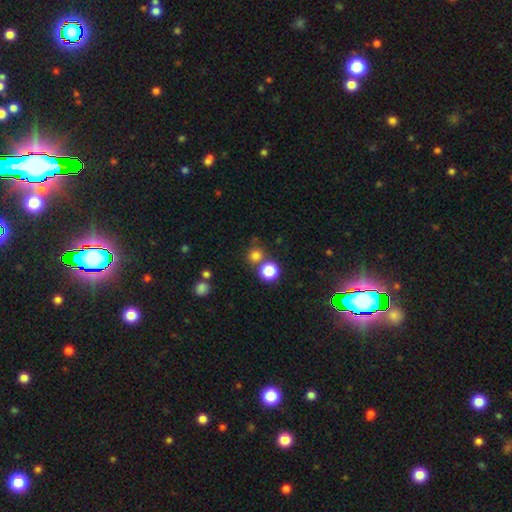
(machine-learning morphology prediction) A smooth galaxy with no disk features (77%) that is round (89%). Merging: none (66%).